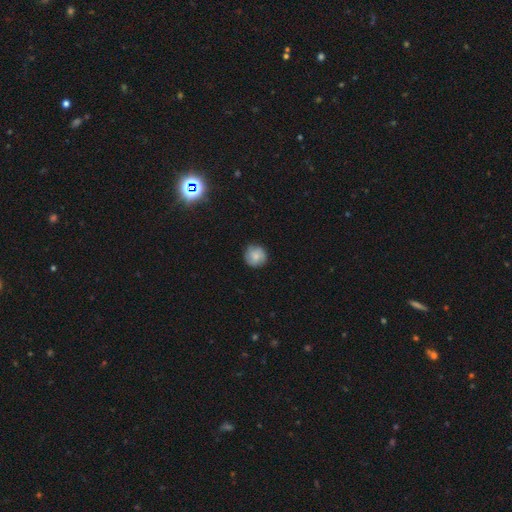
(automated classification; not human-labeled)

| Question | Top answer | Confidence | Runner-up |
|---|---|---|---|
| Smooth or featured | smooth | 75% | featured or disk (17%) |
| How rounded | round | 93% | in between (6%) |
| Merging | none | 86% | minor disturbance (10%) |